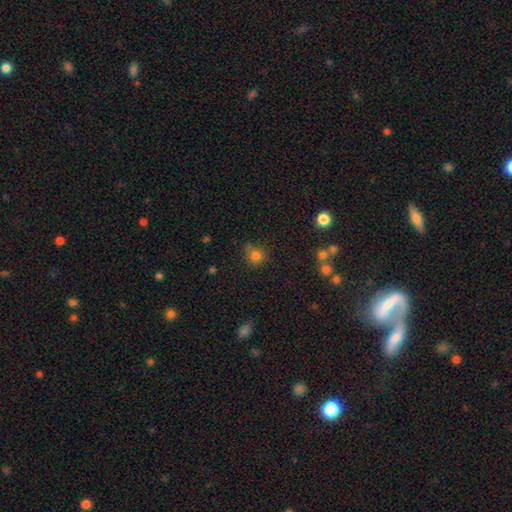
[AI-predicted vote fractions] This is likely a smooth galaxy (80%). How rounded: clearly round (88%). Merging: likely none (66%).